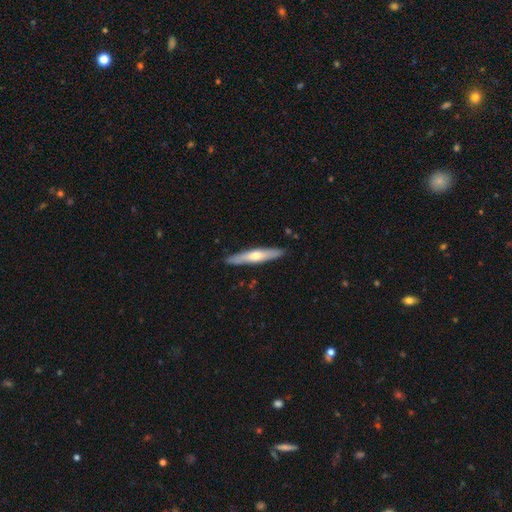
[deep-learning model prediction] A featured or disk galaxy (49%).

Vote fractions:
- Smooth or featured? featured or disk: 49% / smooth: 45% / star or artifact: 5%
- Merging? none: 89% / minor disturbance: 8% / major disturbance: 2% / merger: 1%